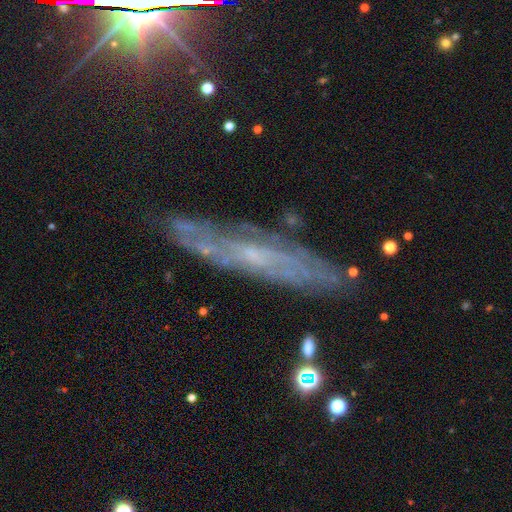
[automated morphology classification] This appears to be a featured or disk galaxy (69%) with not edge-on (50%, tied with yes). Merging: none (79%).